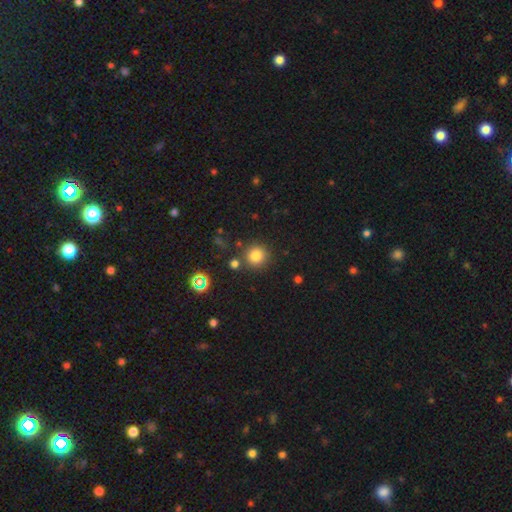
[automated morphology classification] Smooth or featured? Predicted: smooth (p=0.80). How rounded? Predicted: round (p=0.93). Merging? Predicted: none (p=0.83).